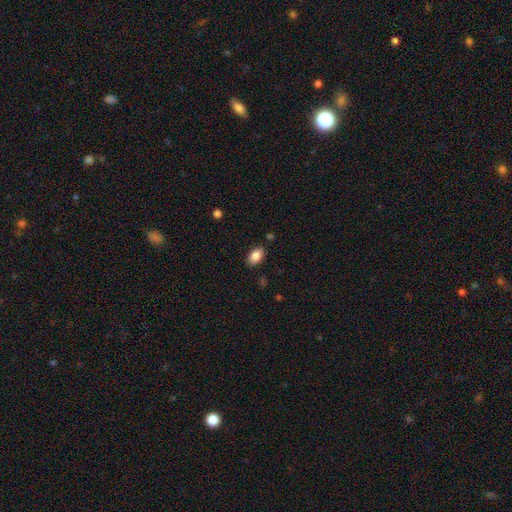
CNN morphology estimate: Smooth or featured?
  - smooth: 85% *
  - star or artifact: 8%
  - featured or disk: 7%
How rounded?
  - in between: 90% *
  - round: 8%
  - cigar-shaped: 2%
Merging?
  - none: 86% *
  - minor disturbance: 10%
  - major disturbance: 2%
  - merger: 2%